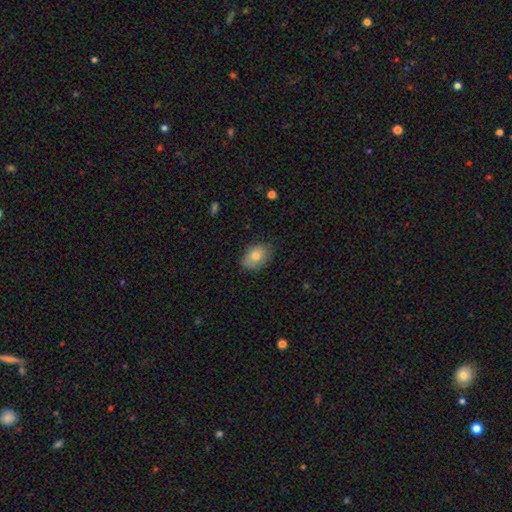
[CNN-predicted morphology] A smooth galaxy with no disk features (78%) that is in between round and cigar-shaped (77%). Merging: none (78%).